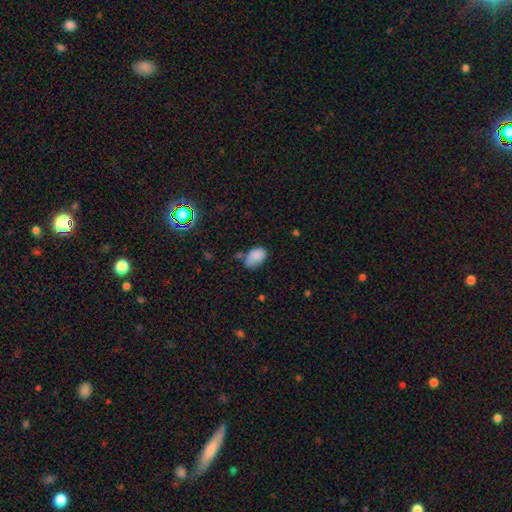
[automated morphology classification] The model was most divided on "merging": none: 50%, minor disturbance: 31%, merger: 10%, major disturbance: 9%. More confident: how rounded — in between (88%); smooth or featured — smooth (82%).